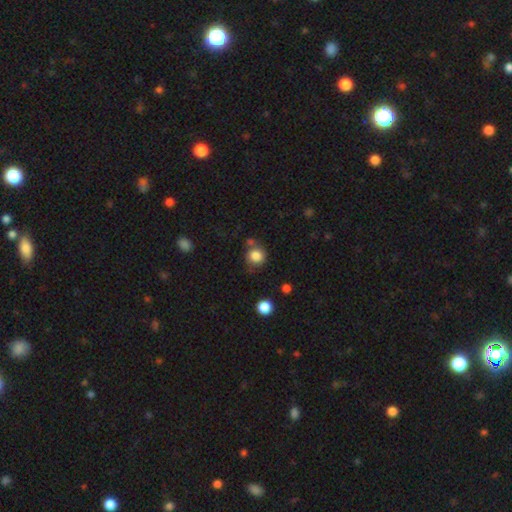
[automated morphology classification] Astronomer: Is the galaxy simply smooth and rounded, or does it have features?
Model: smooth — 84%.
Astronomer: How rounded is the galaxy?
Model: round — 88%.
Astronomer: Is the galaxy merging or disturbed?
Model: none — 67%.